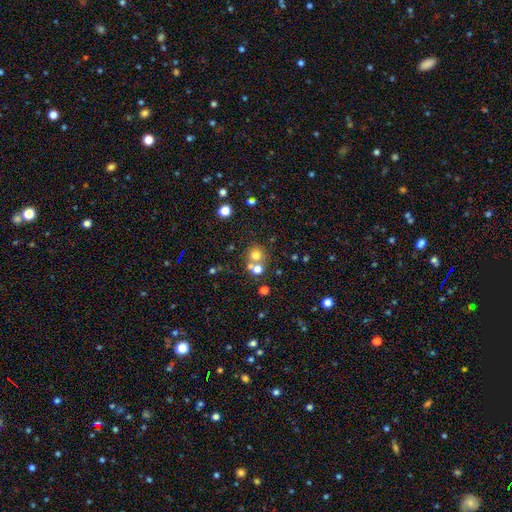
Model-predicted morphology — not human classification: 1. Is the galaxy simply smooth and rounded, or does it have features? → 69% smooth, 17% star or artifact, 14% featured or disk.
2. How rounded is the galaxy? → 86% round, 13% in between, 1% cigar-shaped.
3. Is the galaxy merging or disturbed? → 51% none, 38% merger, 7% minor disturbance, 4% major disturbance.